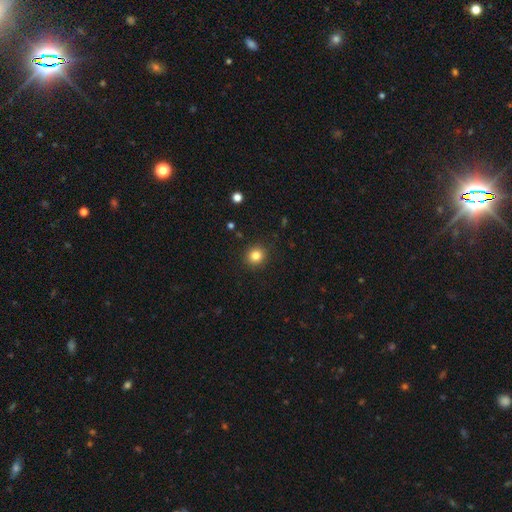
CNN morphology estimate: type=smooth (83%); roundness=round (87%); merging=none (90%).